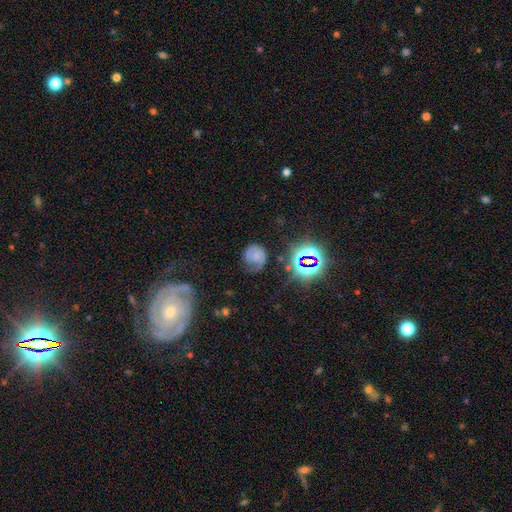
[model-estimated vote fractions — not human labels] This appears to be a smooth galaxy with no disk features (43%). Merging: none (44%).